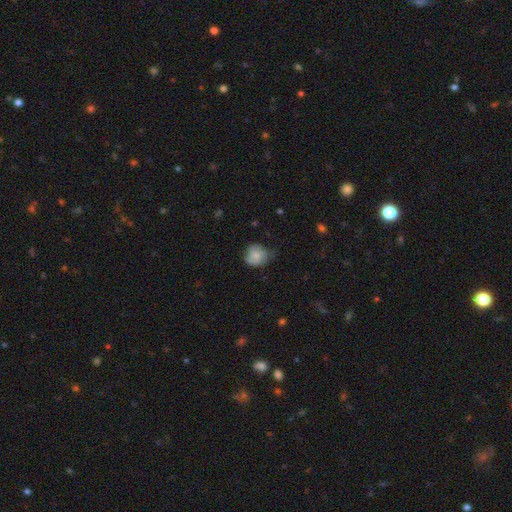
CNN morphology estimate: A smooth galaxy with no disk features (67%) that is round (77%).

Vote fractions:
- Smooth or featured? smooth: 67% / featured or disk: 25% / star or artifact: 8%
- How rounded? round: 77% / in between: 22% / cigar-shaped: 1%
- Merging? none: 55% / minor disturbance: 32% / major disturbance: 11% / merger: 2%